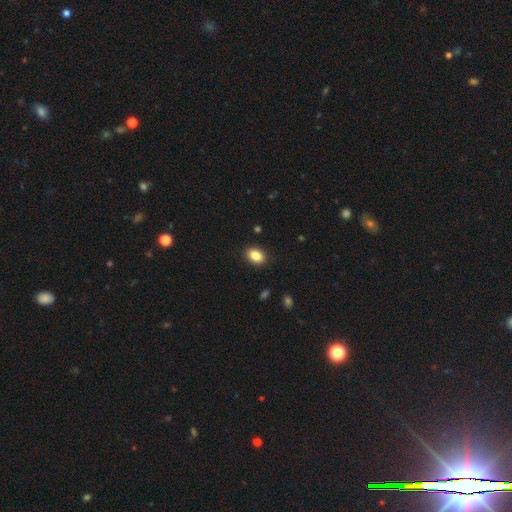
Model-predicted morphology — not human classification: type=smooth (87%); roundness=in between (78%); merging=none (89%).